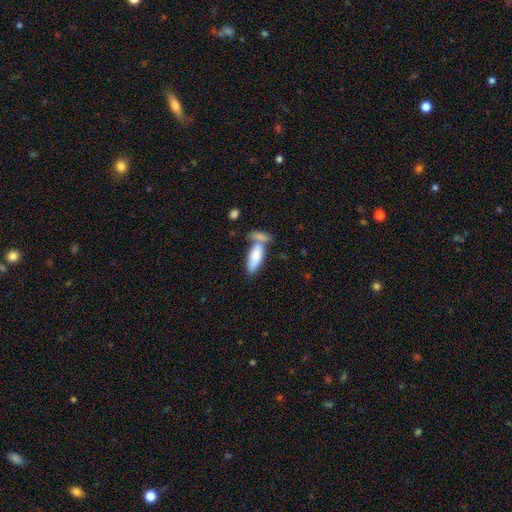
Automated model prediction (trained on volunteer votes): This appears to be a smooth galaxy with no disk features (79%) that is in between round and cigar-shaped (78%). Merging: merger (40%, tied with none).